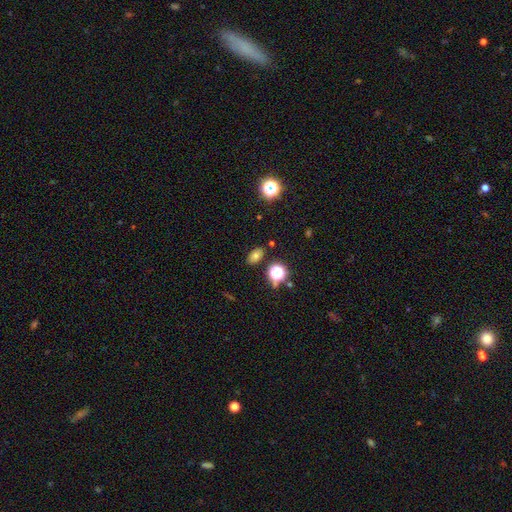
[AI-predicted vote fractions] Morphology: type=smooth (67%); roundness=in between (77%); merging=none (84%).